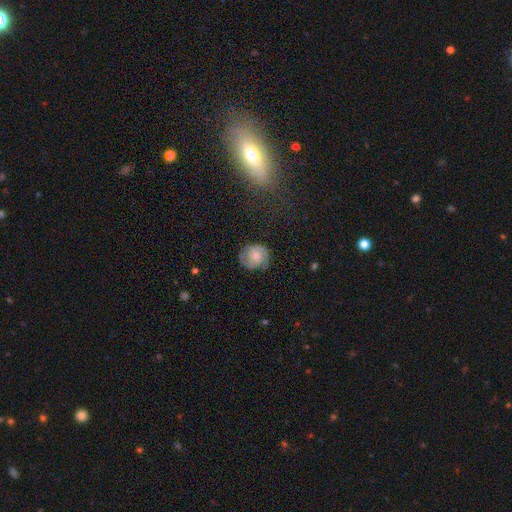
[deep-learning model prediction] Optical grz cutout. It shows a featured or disk galaxy (58%) with no bar (60%), 2 (60%) tight (45%) spiral arms (89%) and a moderate central bulge (44%). Merging: none (72%).